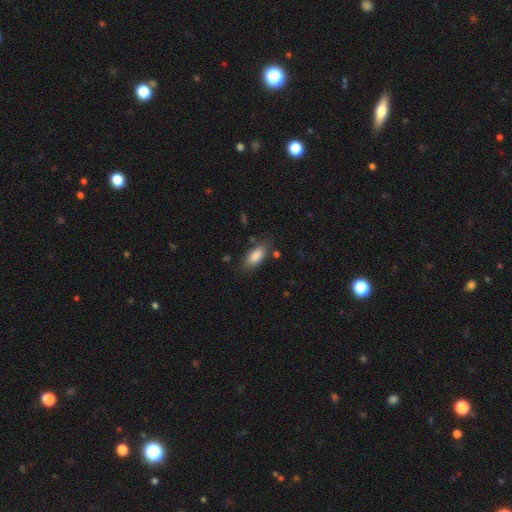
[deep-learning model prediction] smooth 86%, featured or disk 7%, star or artifact 7%. Down the decision tree: how rounded — in between (86%); merging — none (79%).